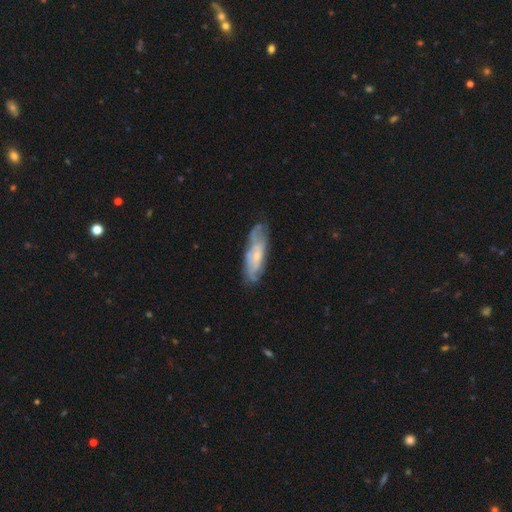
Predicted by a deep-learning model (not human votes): This is possibly a featured or disk galaxy (59%). It is likely not viewed edge-on (77%). Merging: likely none (62%).